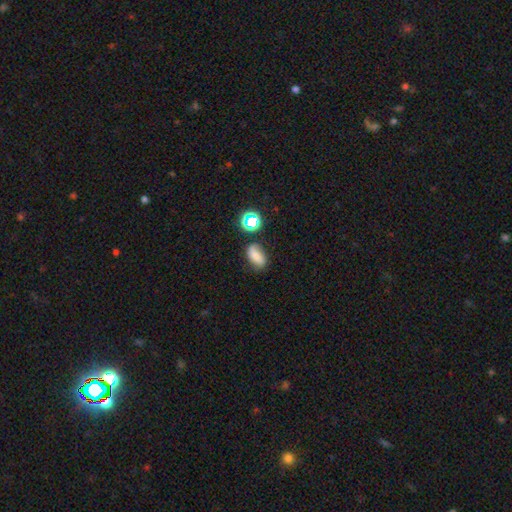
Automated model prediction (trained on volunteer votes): The model was most divided on "merging": none: 63%, minor disturbance: 24%, major disturbance: 7%, merger: 6%. More confident: how rounded — in between (79%); smooth or featured — smooth (62%).